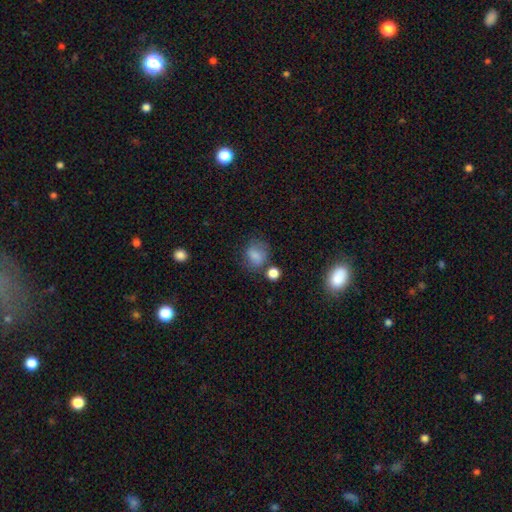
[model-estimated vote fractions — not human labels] A smooth galaxy with no disk features (75%) that is round (55%).

Vote fractions:
- Smooth or featured? smooth: 75% / star or artifact: 13% / featured or disk: 12%
- How rounded? round: 55% / in between: 44% / cigar-shaped: 1%
- Merging? none: 56% / minor disturbance: 23% / major disturbance: 12% / merger: 9%